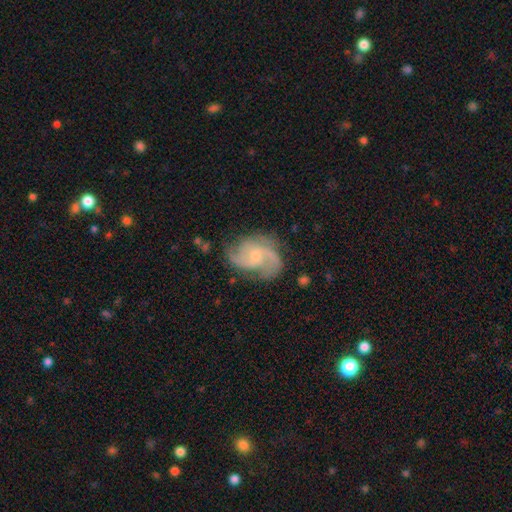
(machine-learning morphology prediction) This is clearly a featured or disk galaxy (86%). It is clearly not viewed edge-on (98%). Bar: possibly no (58%). Spiral arm pattern: clearly yes (97%). Spiral arm count: possibly 2 (59%). Spiral winding: possibly medium (52%). Central bulge: possibly small (59%). Merging: likely none (69%).